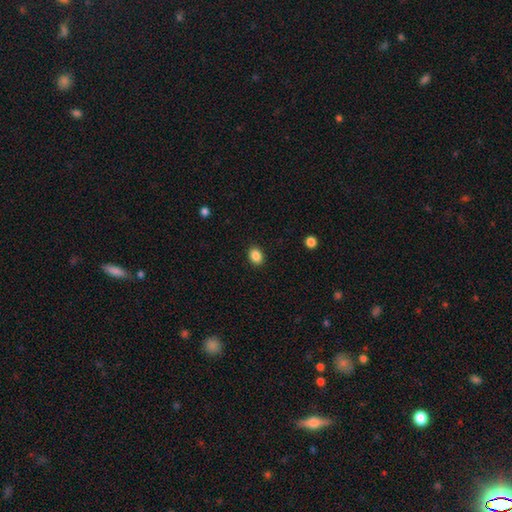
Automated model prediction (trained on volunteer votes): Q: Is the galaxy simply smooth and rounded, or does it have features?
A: smooth — 87%.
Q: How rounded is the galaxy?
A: in between — 63%.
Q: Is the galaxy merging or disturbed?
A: none — 90%.